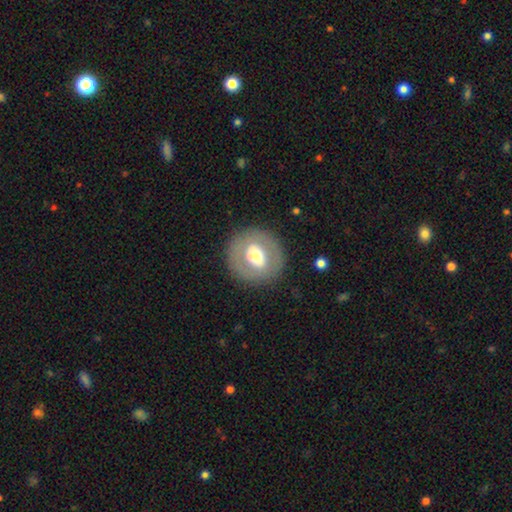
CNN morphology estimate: Q: Smooth or featured?
A: featured or disk (47%); runner-up: smooth (46%)
Q: Merging?
A: none (81%); runner-up: minor disturbance (10%)